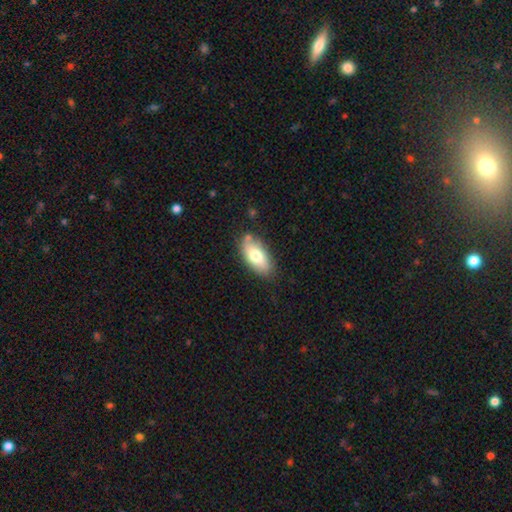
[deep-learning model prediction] Smooth or featured: smooth — 73% (featured or disk — 20%)
How rounded: in between — 91% (cigar-shaped — 6%)
Merging: none — 76% (minor disturbance — 17%)